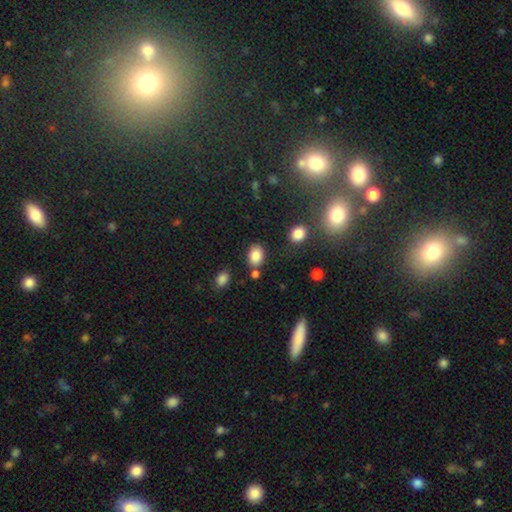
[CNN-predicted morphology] smooth-or-featured: smooth: 85% | star or artifact: 10% | featured or disk: 5%
  how-rounded: in between: 70% | round: 29% | cigar-shaped: 1%
  merging: none: 74% | minor disturbance: 13% | merger: 9% | major disturbance: 4%